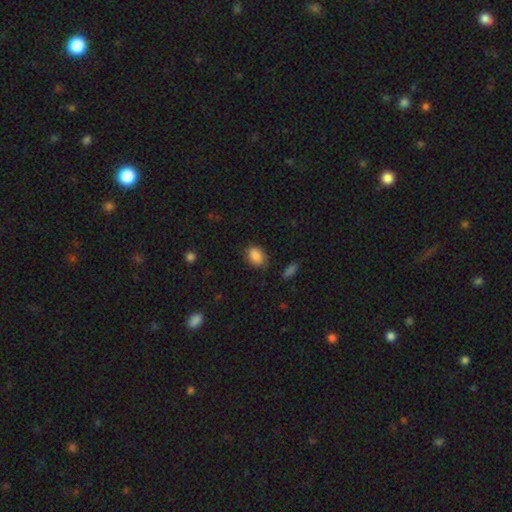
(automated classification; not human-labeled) A smooth galaxy with no disk features (86%) that is in between round and cigar-shaped (81%). Merging: none (75%).